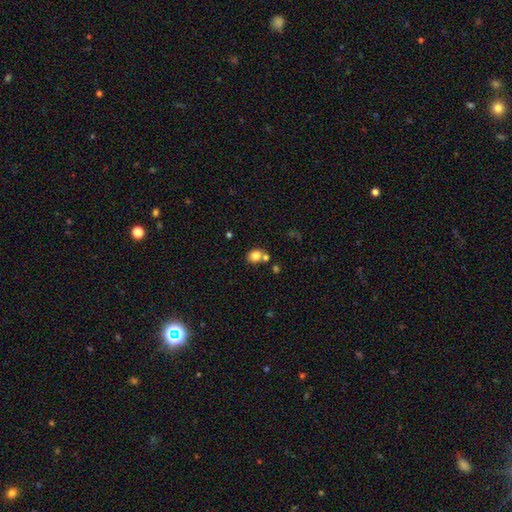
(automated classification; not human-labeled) Smooth or featured? Predicted: smooth (p=0.81). How rounded? Predicted: round (p=0.67). Merging? Predicted: none (p=0.58).